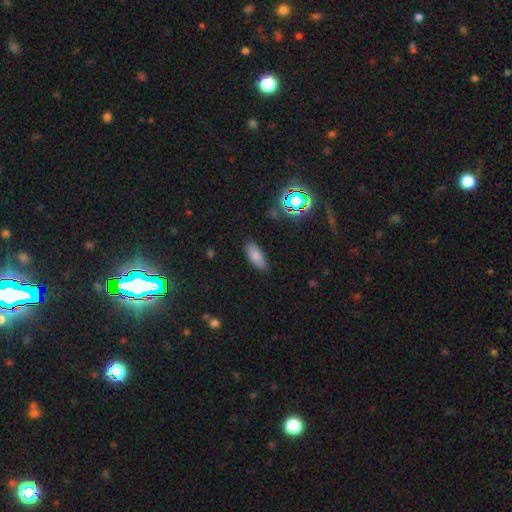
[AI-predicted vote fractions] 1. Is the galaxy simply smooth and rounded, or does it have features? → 78% smooth, 13% star or artifact, 9% featured or disk.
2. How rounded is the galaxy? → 83% in between, 15% cigar-shaped, 3% round.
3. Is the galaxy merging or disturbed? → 84% none, 12% minor disturbance, 3% major disturbance, 1% merger.